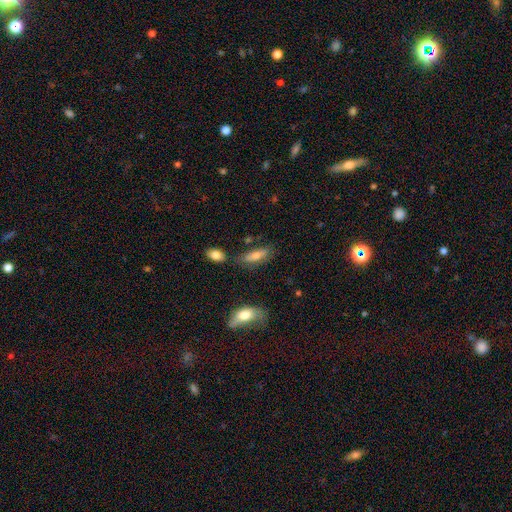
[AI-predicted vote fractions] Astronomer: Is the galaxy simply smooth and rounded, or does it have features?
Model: smooth — 67%.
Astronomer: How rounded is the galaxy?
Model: in between — 58% (runner-up: cigar-shaped, 39%).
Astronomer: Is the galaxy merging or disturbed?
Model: none — 66%.